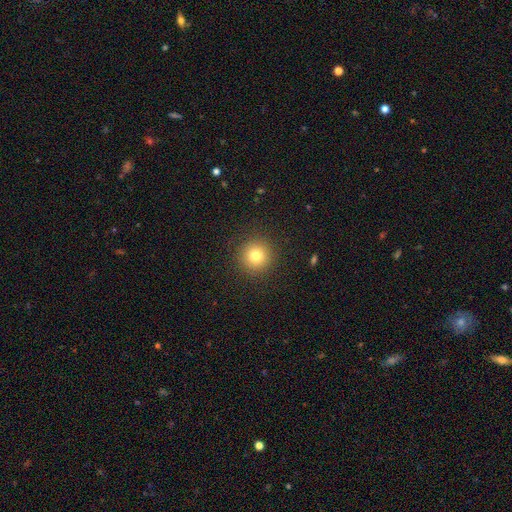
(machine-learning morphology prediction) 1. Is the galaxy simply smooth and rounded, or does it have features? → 80% smooth, 12% star or artifact, 8% featured or disk.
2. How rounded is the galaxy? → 95% round, 4% in between, 1% cigar-shaped.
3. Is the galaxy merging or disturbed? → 91% none, 6% minor disturbance, 3% major disturbance, 1% merger.